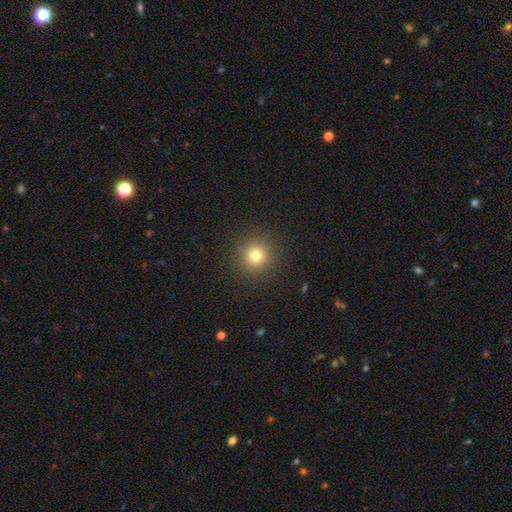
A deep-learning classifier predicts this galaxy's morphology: smooth 77%, star or artifact 16%, featured or disk 7%. Down the decision tree: how rounded — round (94%); merging — none (91%).